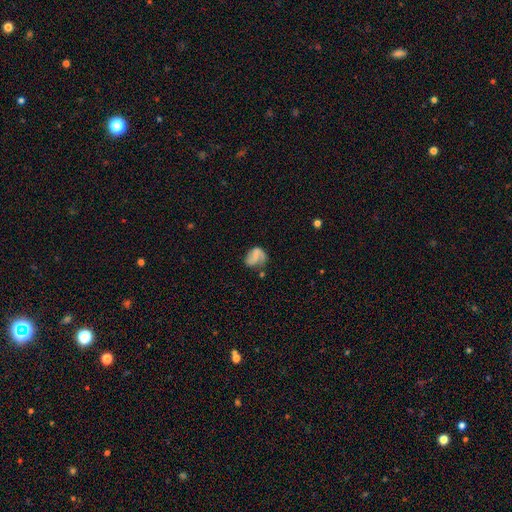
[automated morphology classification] Smooth or featured? Predicted: featured or disk (p=0.53). Edge-on disk? Predicted: no (p=0.98). Bar? Predicted: no (p=0.43). Spiral arms? Predicted: yes (p=0.78). Bulge size? Predicted: none (p=0.41, tied with small). Merging? Predicted: none (p=0.45).